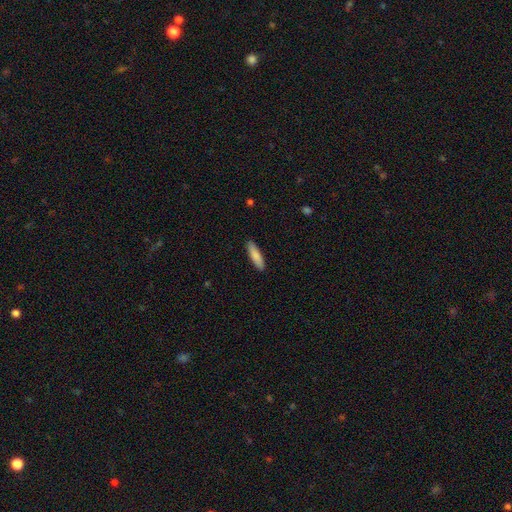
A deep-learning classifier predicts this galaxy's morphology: This appears to be a smooth galaxy with no disk features (85%) that is cigar-shaped (74%). Merging: none (91%).